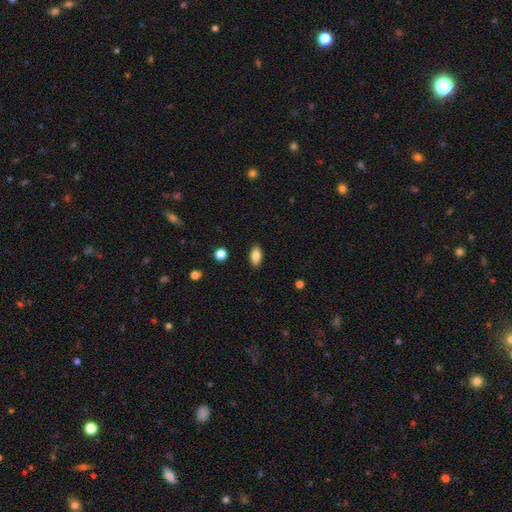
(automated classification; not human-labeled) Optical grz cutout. It shows a smooth galaxy with no disk features (82%) that is in between round and cigar-shaped (90%). Merging: none (89%).